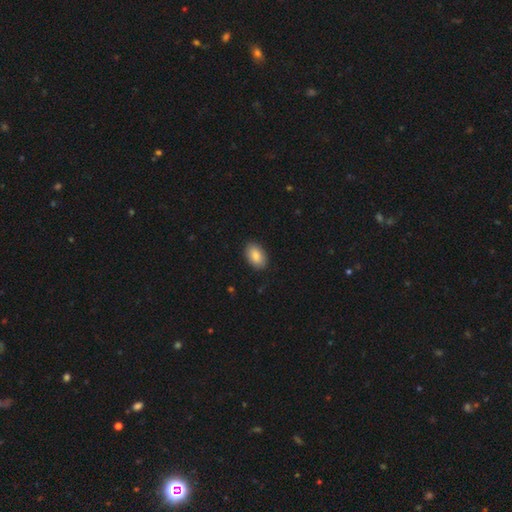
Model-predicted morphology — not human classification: A smooth galaxy with no disk features (88%) that is in between round and cigar-shaped (92%).

Vote fractions:
- Smooth or featured? smooth: 88% / star or artifact: 6% / featured or disk: 6%
- How rounded? in between: 92% / round: 7% / cigar-shaped: 1%
- Merging? none: 88% / minor disturbance: 9% / major disturbance: 2% / merger: 1%